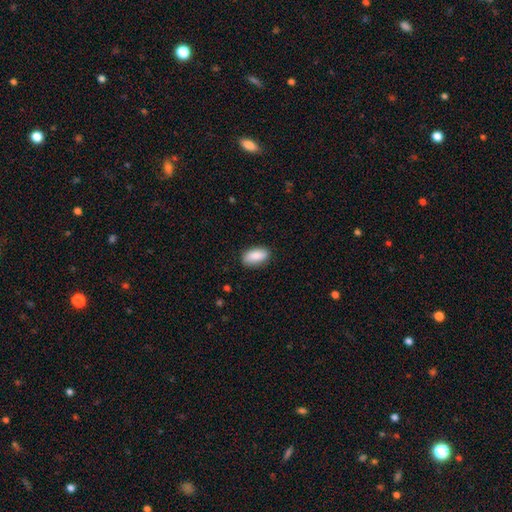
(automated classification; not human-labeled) A smooth galaxy with no disk features (88%) that is in between round and cigar-shaped (92%).

Vote fractions:
- Smooth or featured? smooth: 88% / star or artifact: 6% / featured or disk: 6%
- How rounded? in between: 92% / cigar-shaped: 5% / round: 3%
- Merging? none: 85% / minor disturbance: 11% / major disturbance: 2% / merger: 1%